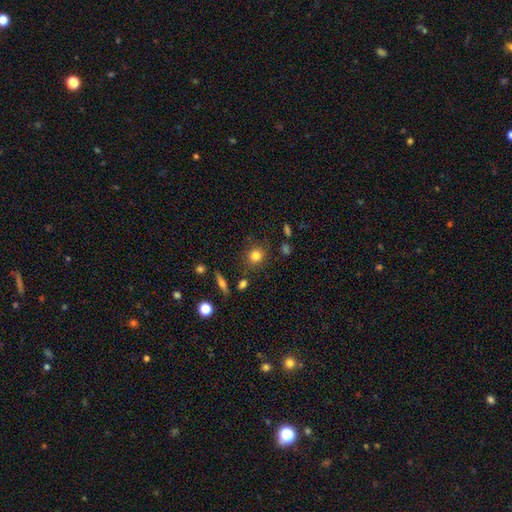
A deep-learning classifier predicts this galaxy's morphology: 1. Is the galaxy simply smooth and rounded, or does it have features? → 81% smooth, 11% star or artifact, 8% featured or disk.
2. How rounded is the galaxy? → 80% round, 19% in between, 1% cigar-shaped.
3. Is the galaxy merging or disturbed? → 79% none, 13% minor disturbance, 4% merger, 4% major disturbance.